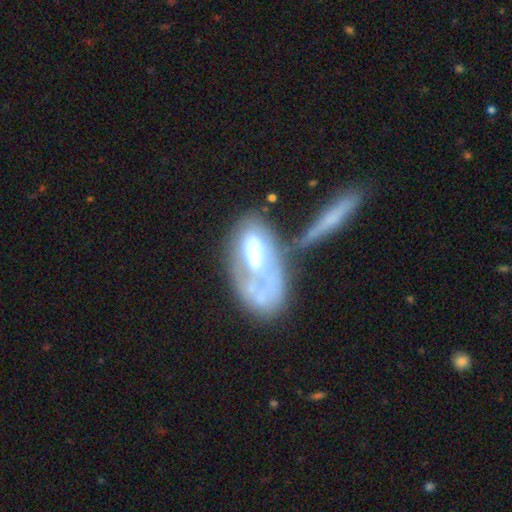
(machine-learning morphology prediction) This appears to be a featured or disk galaxy (53%). Merging: merger (35%).